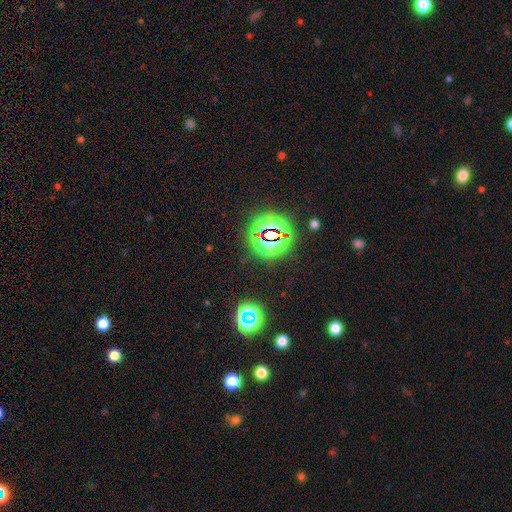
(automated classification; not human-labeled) A star or artifact, not a galaxy (81%).

Vote fractions:
- Smooth or featured? star or artifact: 81% / smooth: 12% / featured or disk: 7%